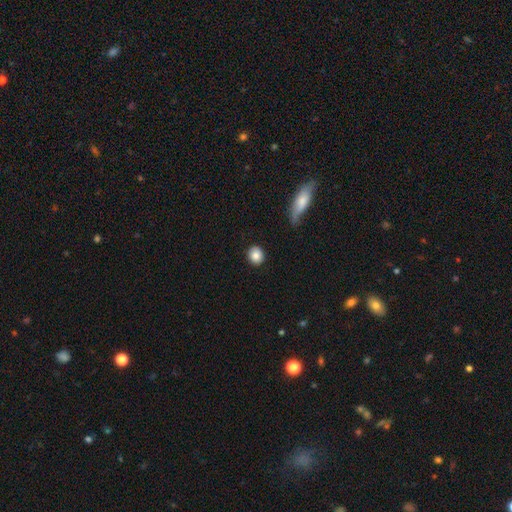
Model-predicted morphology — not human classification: A smooth galaxy with no disk features (84%) that is round (76%). Merging: none (88%).